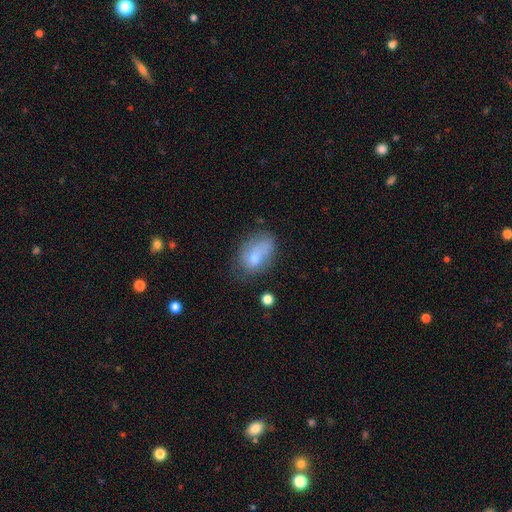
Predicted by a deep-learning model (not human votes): This appears to be a smooth galaxy with no disk features (71%) that is in between round and cigar-shaped (86%). Merging: none (43%).